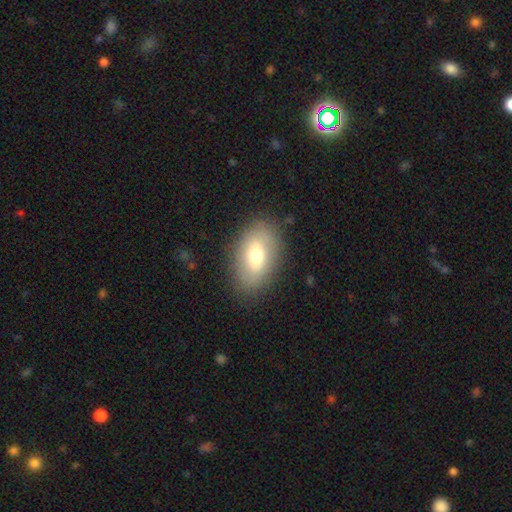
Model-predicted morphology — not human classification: Q: Smooth or featured?
A: smooth (67%); runner-up: featured or disk (25%)
Q: How rounded?
A: in between (90%); runner-up: round (8%)
Q: Merging?
A: none (84%); runner-up: minor disturbance (11%)